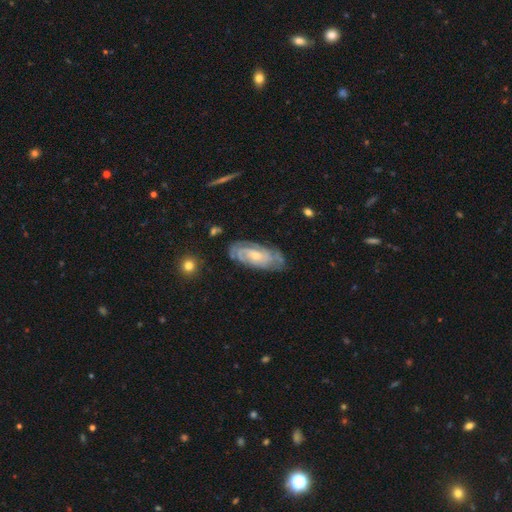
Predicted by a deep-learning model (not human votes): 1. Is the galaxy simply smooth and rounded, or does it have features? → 79% featured or disk, 15% smooth, 6% star or artifact.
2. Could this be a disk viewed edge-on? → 92% no, 8% yes.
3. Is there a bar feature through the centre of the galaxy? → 66% no, 28% weak, 6% strong.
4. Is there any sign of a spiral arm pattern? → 93% yes, 7% no.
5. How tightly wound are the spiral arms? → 68% tight, 26% medium, 6% loose.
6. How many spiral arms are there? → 42% can't tell, 28% 2, 15% 3, 7% 4, 4% 1, 4% more than 4.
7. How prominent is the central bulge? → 58% small, 38% moderate, 2% none, 2% large, 1% dominant.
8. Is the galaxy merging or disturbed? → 70% none, 21% minor disturbance, 6% major disturbance, 2% merger.